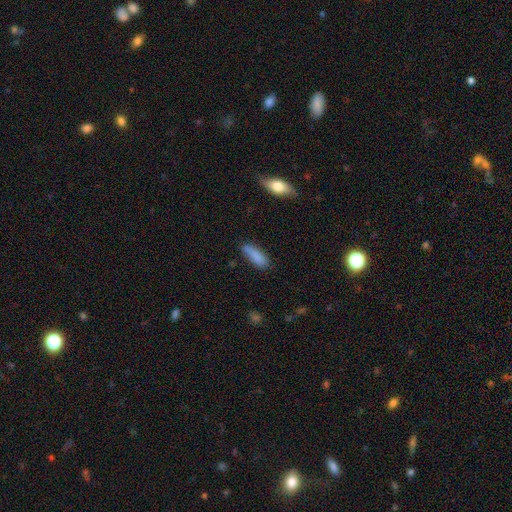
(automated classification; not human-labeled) The model was most divided on "how rounded": in between: 52%, cigar-shaped: 46%, round: 2%. More confident: smooth or featured — smooth (85%); merging — none (67%).